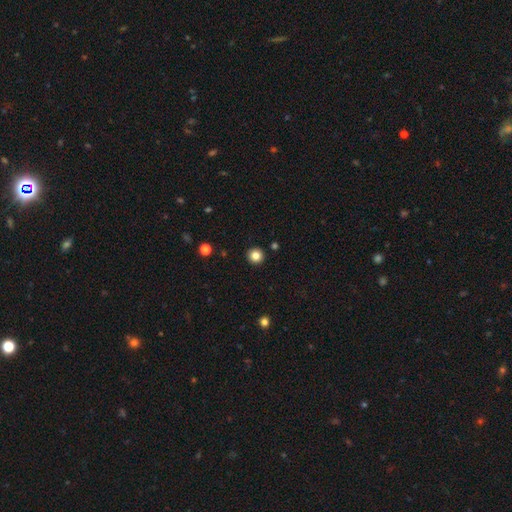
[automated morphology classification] Q: Smooth or featured?
A: smooth (84%); runner-up: star or artifact (12%)
Q: How rounded?
A: round (95%); runner-up: in between (4%)
Q: Merging?
A: none (93%); runner-up: minor disturbance (4%)